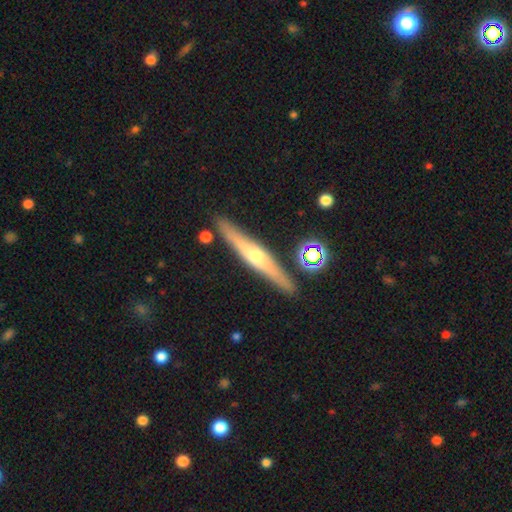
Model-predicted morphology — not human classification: A featured or disk galaxy (68%) viewed edge-on (96%) with a rounded central bulge (86%). Merging: none (87%).